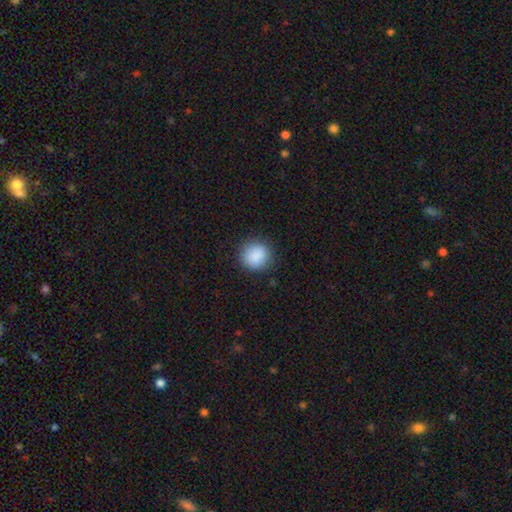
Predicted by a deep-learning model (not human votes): A smooth galaxy with no disk features (88%) that is round (85%).

Vote fractions:
- Smooth or featured? smooth: 88% / star or artifact: 8% / featured or disk: 4%
- How rounded? round: 85% / in between: 14% / cigar-shaped: 1%
- Merging? none: 86% / minor disturbance: 10% / major disturbance: 3% / merger: 1%